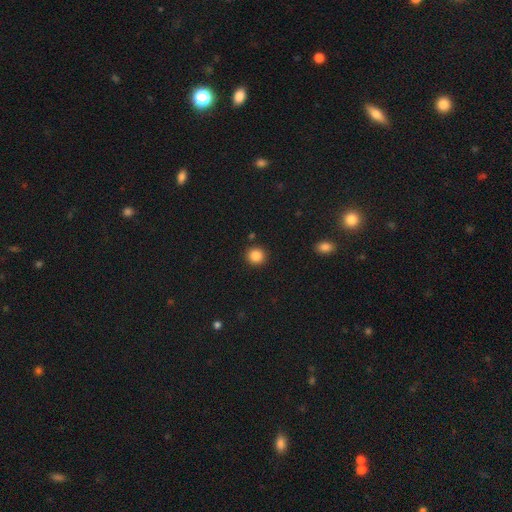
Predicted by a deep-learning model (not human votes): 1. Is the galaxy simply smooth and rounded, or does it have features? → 86% smooth, 10% star or artifact, 4% featured or disk.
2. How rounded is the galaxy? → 92% round, 7% in between, 1% cigar-shaped.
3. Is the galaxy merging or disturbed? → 91% none, 5% minor disturbance, 2% major disturbance, 2% merger.